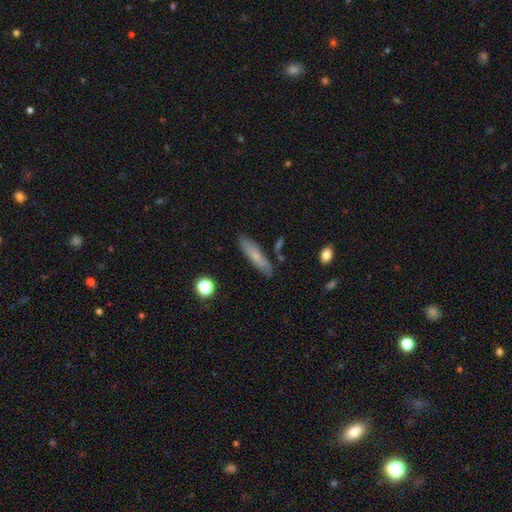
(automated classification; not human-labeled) smooth-or-featured: smooth: 66% | featured or disk: 26% | star or artifact: 8%
  how-rounded: cigar-shaped: 73% | in between: 24% | round: 2%
  merging: none: 83% | minor disturbance: 12% | merger: 3% | major disturbance: 2%